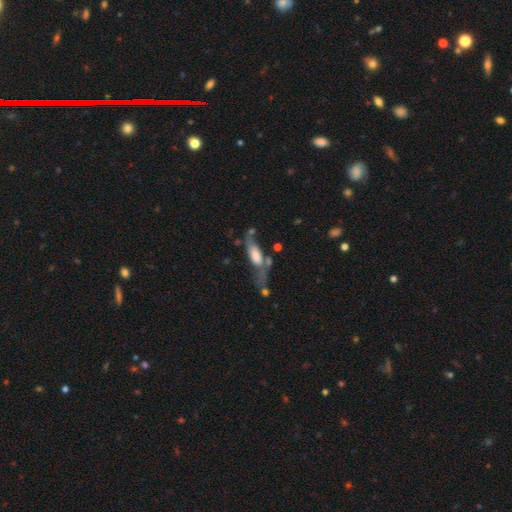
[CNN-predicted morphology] Smooth or featured?
  - featured or disk: 54% *
  - smooth: 39%
  - star or artifact: 8%
Edge-on disk?
  - no: 59% *
  - yes: 41%
Merging?
  - none: 37% *
  - major disturbance: 23%
  - minor disturbance: 23%
  - merger: 17%